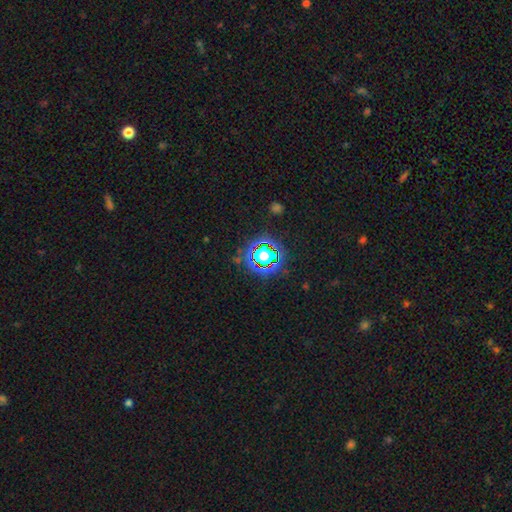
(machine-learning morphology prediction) The model was most divided on "smooth or featured": star or artifact: 77%, smooth: 14%, featured or disk: 8%.